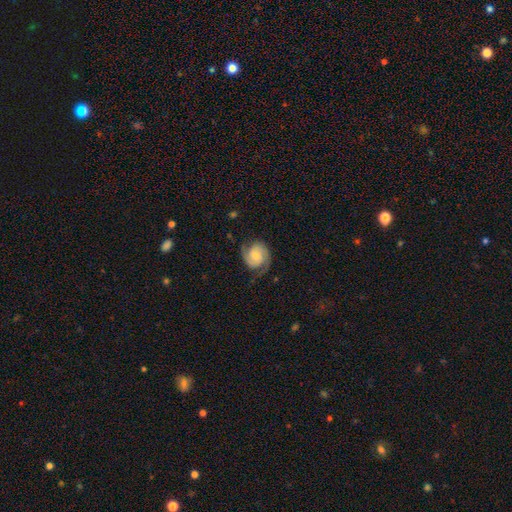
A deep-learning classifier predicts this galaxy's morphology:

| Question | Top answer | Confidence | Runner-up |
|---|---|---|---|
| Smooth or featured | featured or disk | 72% | smooth (21%) |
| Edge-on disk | no | 98% | yes (2%) |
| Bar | no | 61% | weak (32%) |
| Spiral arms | yes | 95% | no (5%) |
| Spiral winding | medium | 43% | tight (38%) |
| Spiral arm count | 2 | 86% | can't tell (6%) |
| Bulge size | small | 53% | moderate (28%) |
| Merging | none | 67% | minor disturbance (19%) |